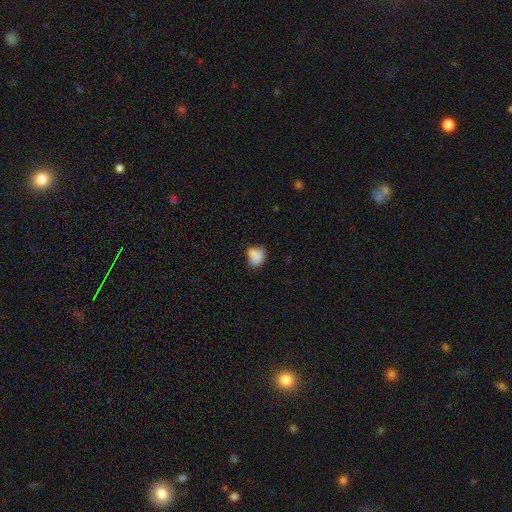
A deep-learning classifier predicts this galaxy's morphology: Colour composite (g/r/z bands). It shows a smooth galaxy with no disk features (81%) that is in between round and cigar-shaped (65%). Merging: none (49%).